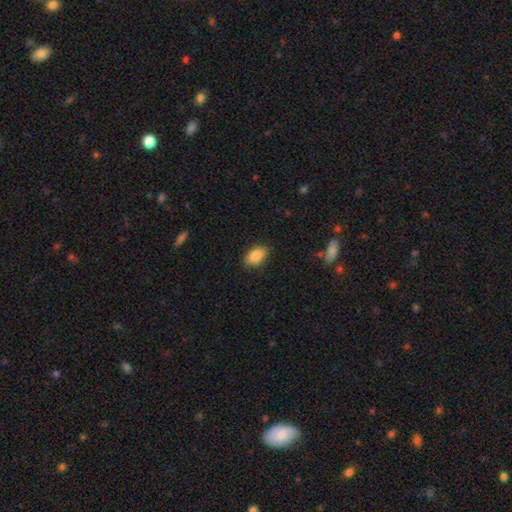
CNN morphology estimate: This appears to be a smooth galaxy with no disk features (88%) that is in between round and cigar-shaped (89%). Merging: none (83%).